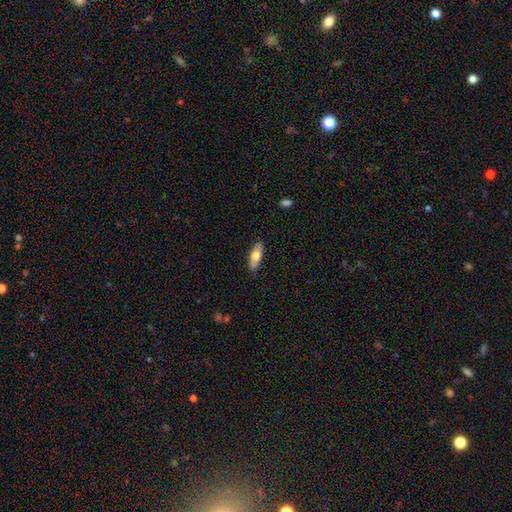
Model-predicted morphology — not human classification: smooth_or_featured: smooth (p=0.67) [alt: featured or disk p=0.27]
how_rounded: in between (p=0.64) [alt: cigar-shaped p=0.34]
merging: none (p=0.87) [alt: minor disturbance p=0.10]